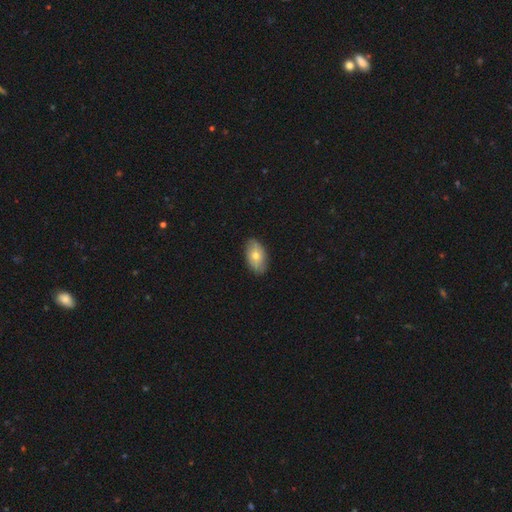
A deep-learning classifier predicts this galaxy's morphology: A smooth galaxy with no disk features (69%) that is in between round and cigar-shaped (92%). Merging: none (85%).